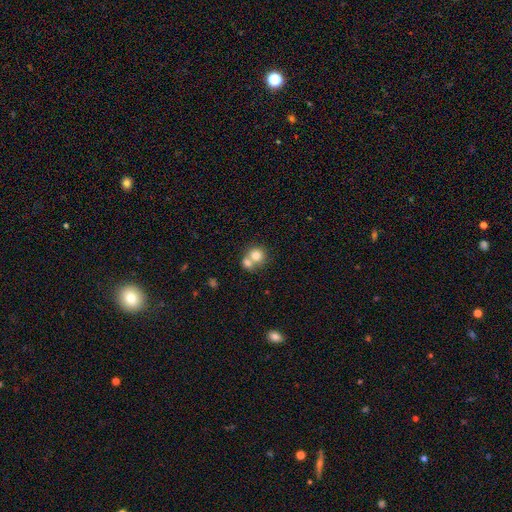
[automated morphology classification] Smooth or featured? Predicted: smooth (p=0.74). How rounded? Predicted: round (p=0.81). Merging? Predicted: merger (p=0.59).